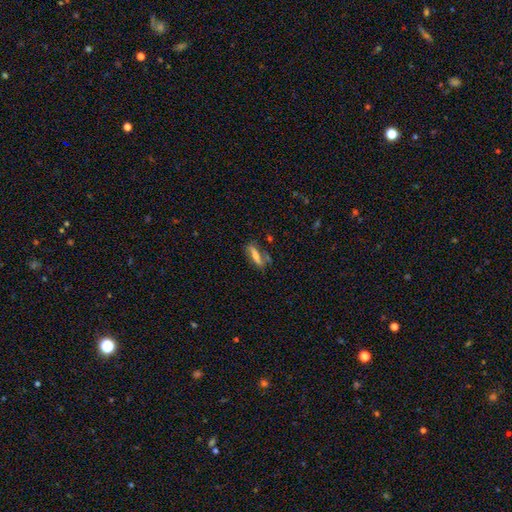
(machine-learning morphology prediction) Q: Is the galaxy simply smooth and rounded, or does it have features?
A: smooth — 57%.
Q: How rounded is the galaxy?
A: cigar-shaped — 60%.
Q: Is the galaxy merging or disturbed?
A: none — 60%.